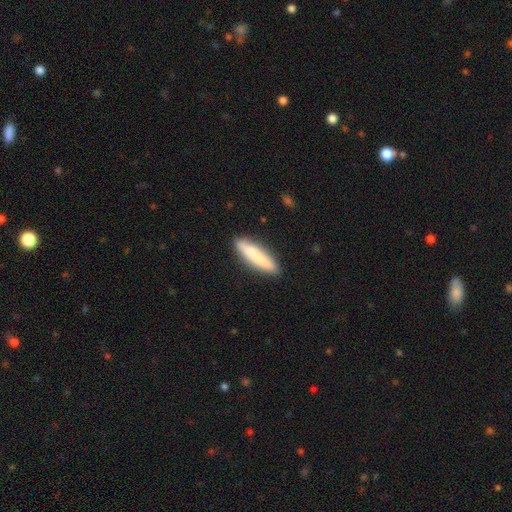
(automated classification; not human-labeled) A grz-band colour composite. It shows a smooth galaxy with no disk features (75%) that is cigar-shaped (83%). Merging: none (88%).